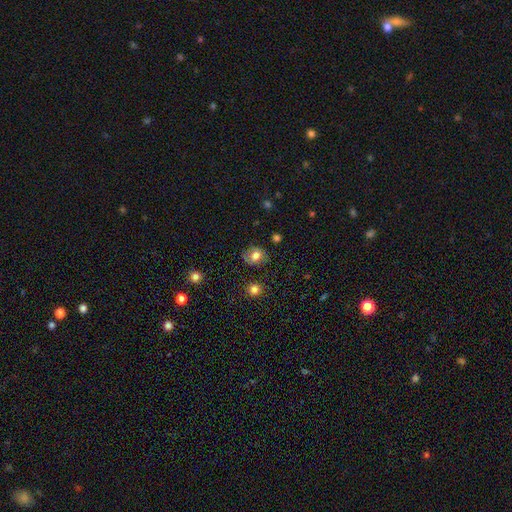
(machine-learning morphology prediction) Q: Smooth or featured?
A: smooth (67%); runner-up: featured or disk (22%)
Q: How rounded?
A: round (64%); runner-up: in between (35%)
Q: Merging?
A: none (74%); runner-up: minor disturbance (18%)